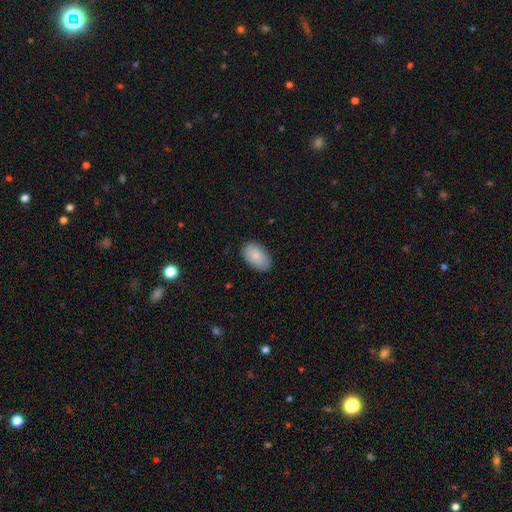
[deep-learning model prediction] A smooth galaxy with no disk features (85%) that is in between round and cigar-shaped (94%). Merging: none (85%).